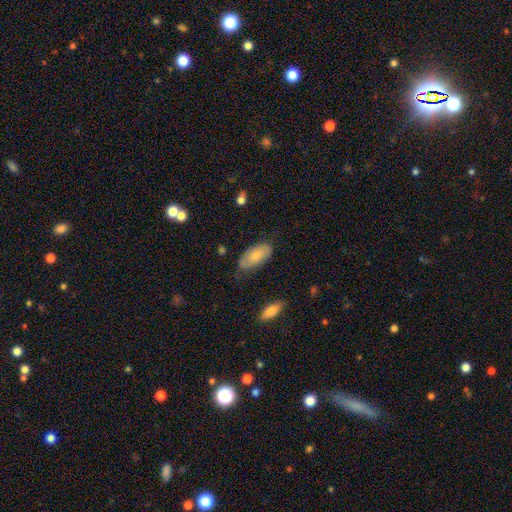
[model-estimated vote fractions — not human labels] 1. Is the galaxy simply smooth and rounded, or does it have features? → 71% smooth, 23% featured or disk, 6% star or artifact.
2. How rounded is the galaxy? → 92% in between, 6% cigar-shaped, 2% round.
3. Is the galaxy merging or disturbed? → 71% none, 22% minor disturbance, 4% major disturbance, 2% merger.